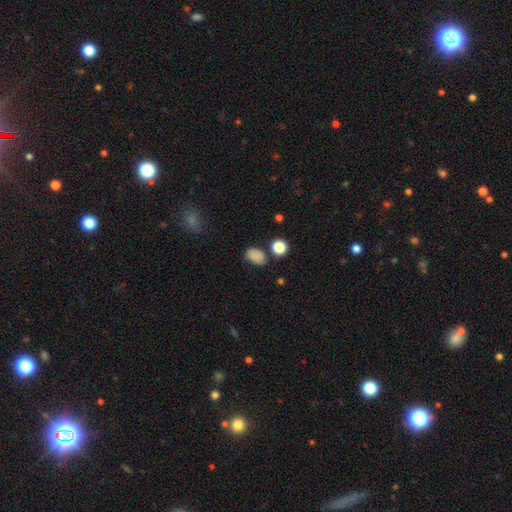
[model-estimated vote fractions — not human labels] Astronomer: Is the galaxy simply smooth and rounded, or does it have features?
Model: smooth — 82%.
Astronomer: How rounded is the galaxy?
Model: in between — 80%.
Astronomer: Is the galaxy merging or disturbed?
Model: none — 69%.